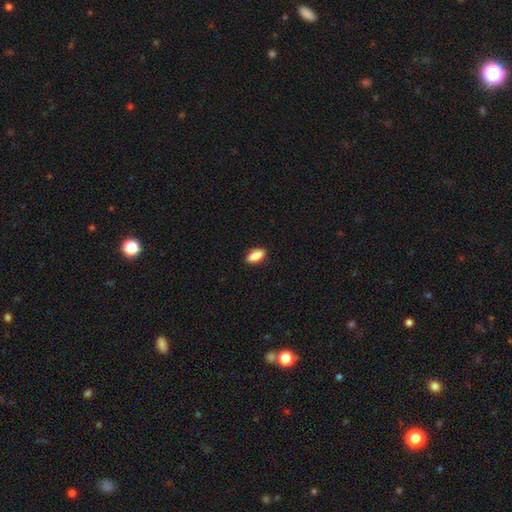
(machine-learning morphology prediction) Smooth or featured: smooth — 87% (star or artifact — 7%)
How rounded: in between — 84% (cigar-shaped — 13%)
Merging: none — 88% (minor disturbance — 9%)